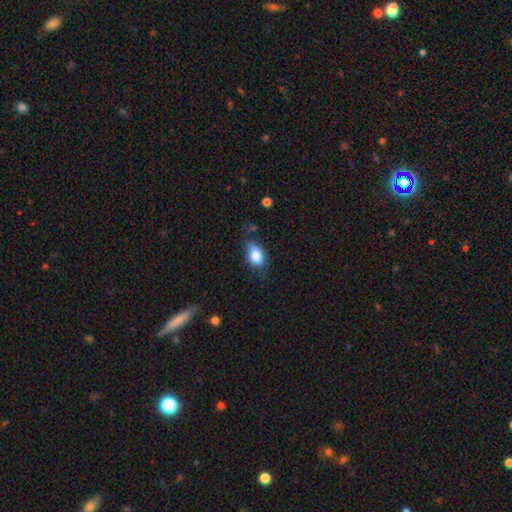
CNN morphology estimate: Smooth or featured? smooth (79%)
How rounded? in between (81%)
Merging? none (58%)